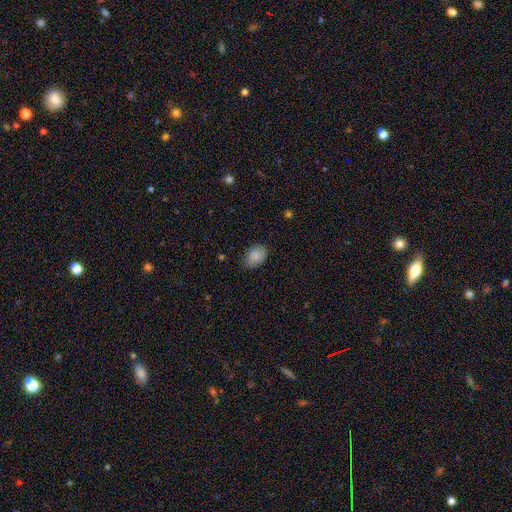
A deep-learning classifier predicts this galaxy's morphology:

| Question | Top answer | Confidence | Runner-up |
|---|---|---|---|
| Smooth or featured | smooth | 88% | star or artifact (8%) |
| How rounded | in between | 81% | round (18%) |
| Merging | none | 80% | minor disturbance (16%) |